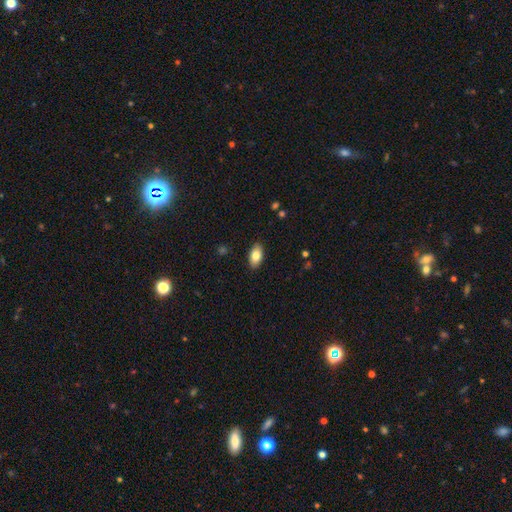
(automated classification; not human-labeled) Overall: smooth (82%). How rounded: in between (93%). Merging: none (89%).